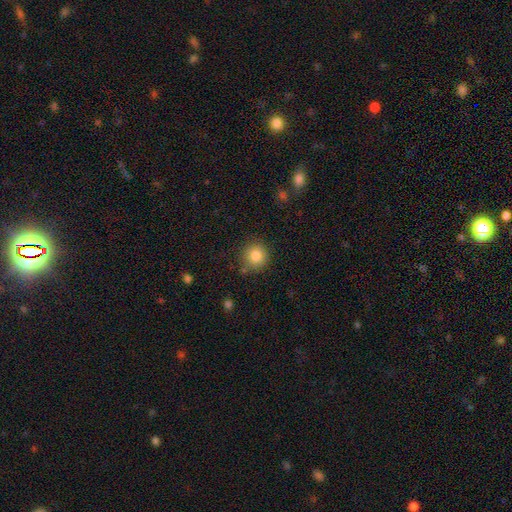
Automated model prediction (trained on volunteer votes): A smooth galaxy with no disk features (84%) that is round (92%).

Vote fractions:
- Smooth or featured? smooth: 84% / star or artifact: 10% / featured or disk: 6%
- How rounded? round: 92% / in between: 7% / cigar-shaped: 1%
- Merging? none: 84% / minor disturbance: 10% / major disturbance: 3% / merger: 3%